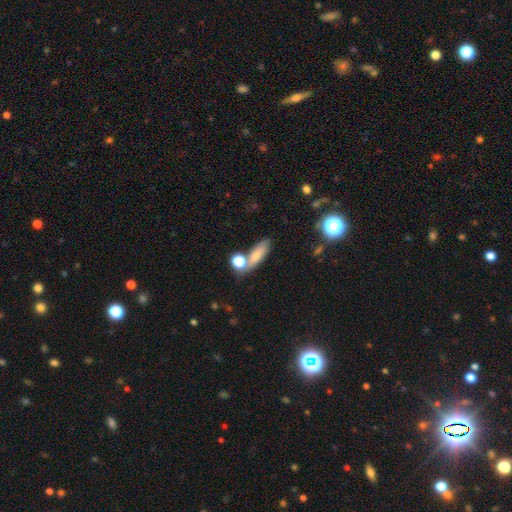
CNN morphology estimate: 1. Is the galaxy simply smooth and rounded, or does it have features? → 76% smooth, 13% featured or disk, 11% star or artifact.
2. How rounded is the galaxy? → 55% in between, 36% cigar-shaped, 9% round.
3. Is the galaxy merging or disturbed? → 56% none, 23% merger, 15% minor disturbance, 6% major disturbance.